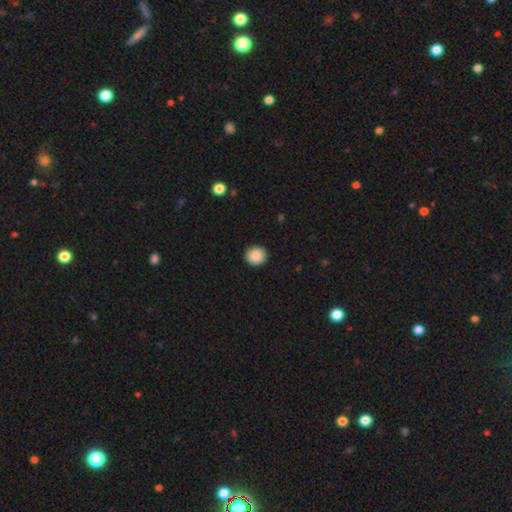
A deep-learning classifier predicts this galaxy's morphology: type=smooth (89%); roundness=round (89%); merging=none (92%).